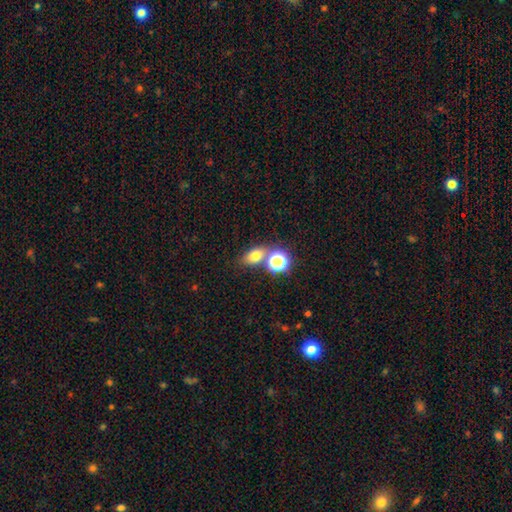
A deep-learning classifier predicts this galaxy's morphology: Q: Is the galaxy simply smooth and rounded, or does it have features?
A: smooth — 73%.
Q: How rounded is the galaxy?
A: in between — 65%.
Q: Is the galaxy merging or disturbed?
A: none — 60%.